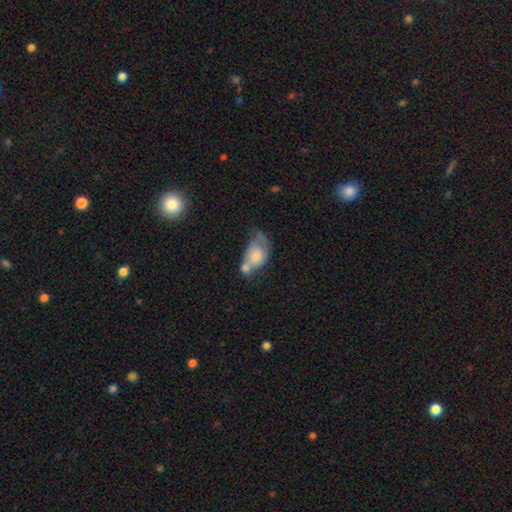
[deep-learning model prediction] Morphology: type=smooth (59%); roundness=in between (85%); merging=merger (46%).